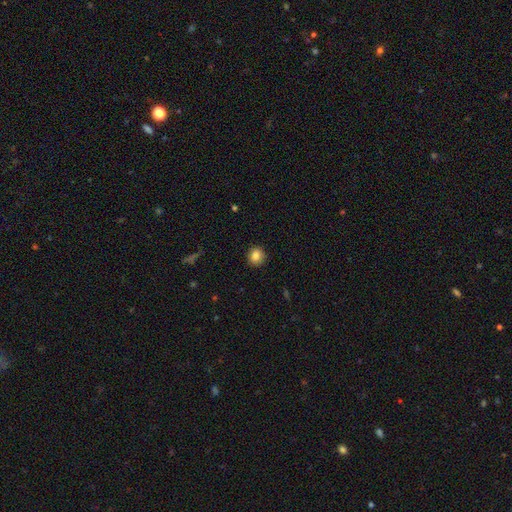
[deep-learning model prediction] This appears to be a smooth galaxy with no disk features (84%) that is round (84%). Merging: none (90%).